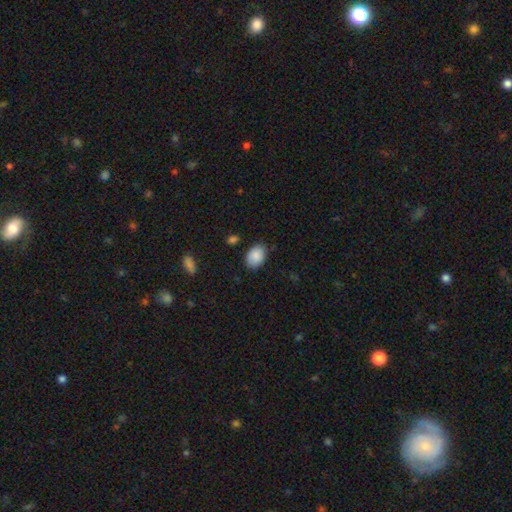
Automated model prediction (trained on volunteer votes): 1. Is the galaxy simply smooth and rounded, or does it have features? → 89% smooth, 7% star or artifact, 4% featured or disk.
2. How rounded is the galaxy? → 81% in between, 18% round, 1% cigar-shaped.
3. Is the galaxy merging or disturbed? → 81% none, 14% minor disturbance, 3% major disturbance, 2% merger.